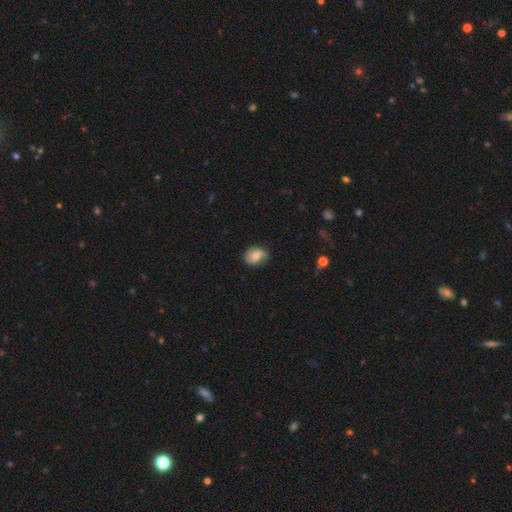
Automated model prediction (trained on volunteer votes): A smooth galaxy with no disk features (57%) that is in between round and cigar-shaped (52%). Merging: none (72%).